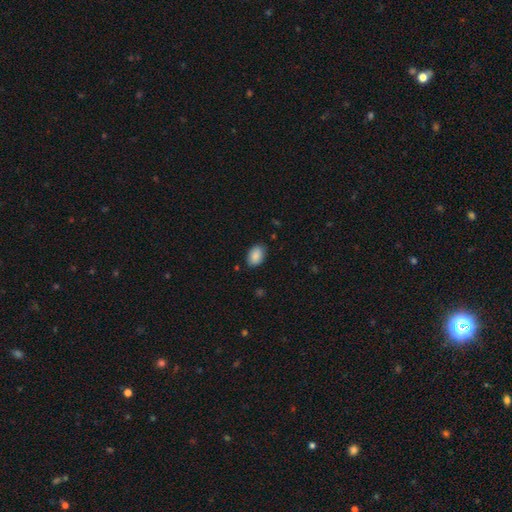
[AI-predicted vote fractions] A smooth galaxy with no disk features (89%) that is in between round and cigar-shaped (88%).

Vote fractions:
- Smooth or featured? smooth: 89% / star or artifact: 7% / featured or disk: 4%
- How rounded? in between: 88% / round: 11% / cigar-shaped: 1%
- Merging? none: 84% / minor disturbance: 12% / major disturbance: 3% / merger: 1%